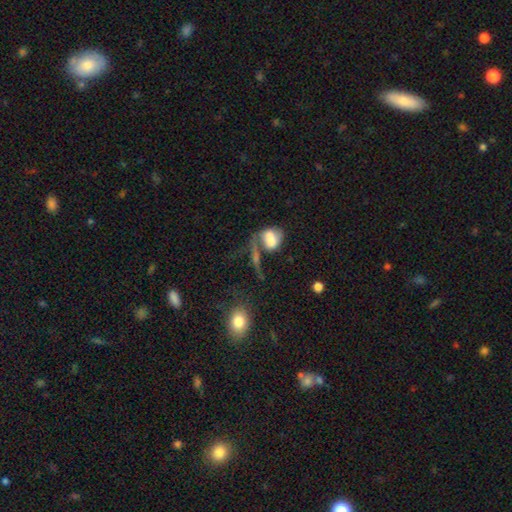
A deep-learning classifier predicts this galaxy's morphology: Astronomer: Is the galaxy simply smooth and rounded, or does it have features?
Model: smooth — 44% (runner-up: featured or disk, 37%).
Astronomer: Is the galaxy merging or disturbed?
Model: none — 34% (runner-up: merger, 30%).